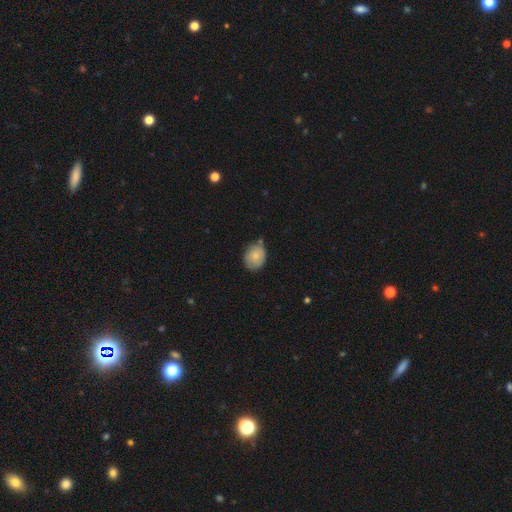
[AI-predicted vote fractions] smooth_or_featured: smooth (p=0.78) [alt: featured or disk p=0.15]
how_rounded: in between (p=0.56) [alt: round p=0.43]
merging: none (p=0.64) [alt: minor disturbance p=0.27]